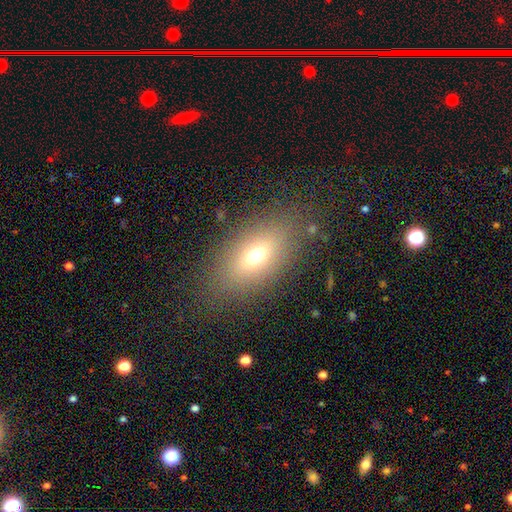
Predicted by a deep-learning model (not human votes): This is likely a smooth galaxy (66%). How rounded: clearly in between (82%). Merging: clearly none (81%).